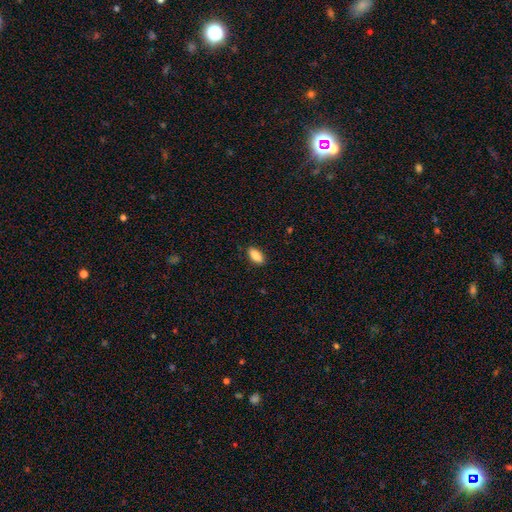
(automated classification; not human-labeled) A smooth galaxy with no disk features (87%) that is in between round and cigar-shaped (86%).

Vote fractions:
- Smooth or featured? smooth: 87% / star or artifact: 7% / featured or disk: 6%
- How rounded? in between: 86% / cigar-shaped: 12% / round: 2%
- Merging? none: 87% / minor disturbance: 9% / major disturbance: 2% / merger: 1%